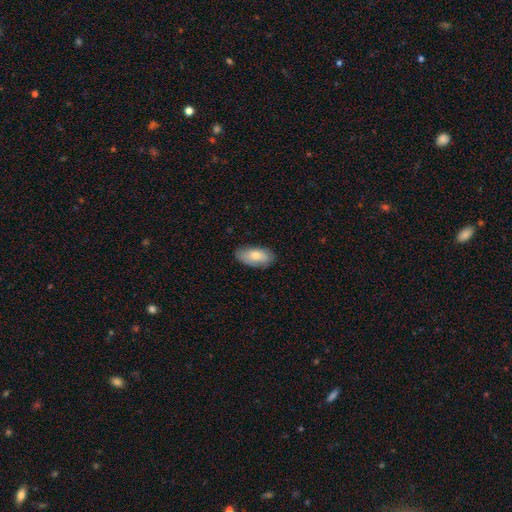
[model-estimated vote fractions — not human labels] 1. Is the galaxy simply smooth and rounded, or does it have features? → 77% smooth, 17% featured or disk, 6% star or artifact.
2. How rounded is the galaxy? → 93% in between, 5% cigar-shaped, 3% round.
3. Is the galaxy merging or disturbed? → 80% none, 16% minor disturbance, 3% major disturbance, 1% merger.